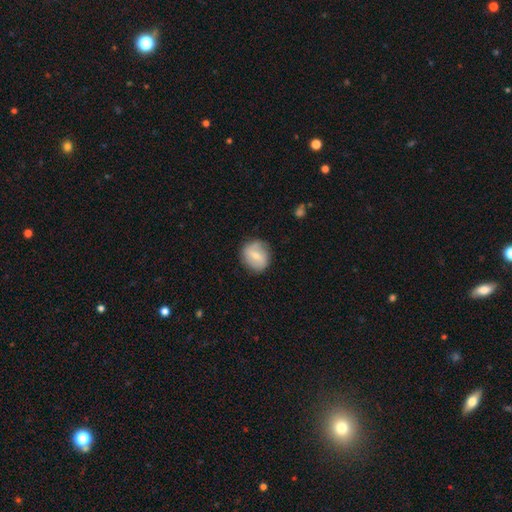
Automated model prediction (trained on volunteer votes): The model was most divided on "smooth or featured": smooth: 54%, featured or disk: 39%, star or artifact: 7%. More confident: merging — none (80%); how rounded — round (79%).